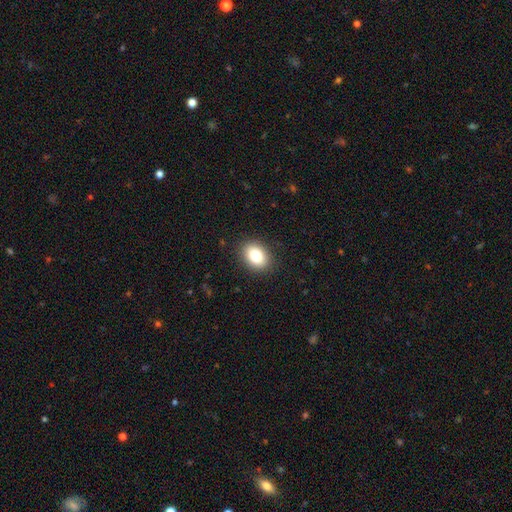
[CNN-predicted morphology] A smooth galaxy with no disk features (82%) that is in between round and cigar-shaped (70%). Merging: none (89%).